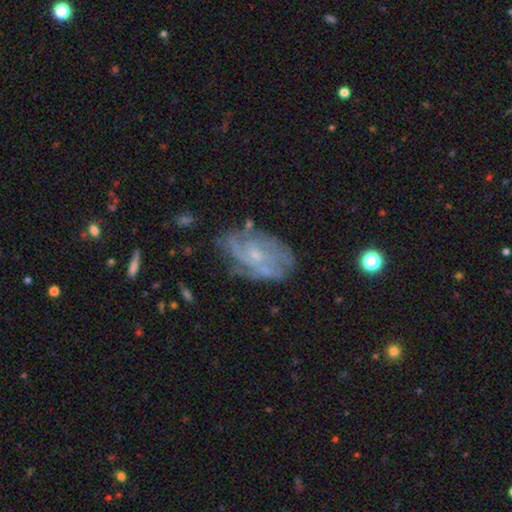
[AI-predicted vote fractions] A featured or disk galaxy (75%) with no bar (71%), tight (46%) spiral arms (83%) and a small central bulge (73%).

Vote fractions:
- Smooth or featured? featured or disk: 75% / smooth: 16% / star or artifact: 9%
- Edge-on disk? no: 96% / yes: 4%
- Bar? no: 71% / weak: 25% / strong: 4%
- Spiral arms? yes: 83% / no: 17%
- Spiral winding? tight: 46% / medium: 37% / loose: 17%
- Spiral arm count? can't tell: 47% / 2: 15% / 3: 14% / 4: 12% / more than 4: 6% / 1: 5%
- Bulge size? small: 73% / moderate: 19% / none: 6% / large: 1% / dominant: 1%
- Merging? none: 66% / minor disturbance: 21% / major disturbance: 10% / merger: 3%